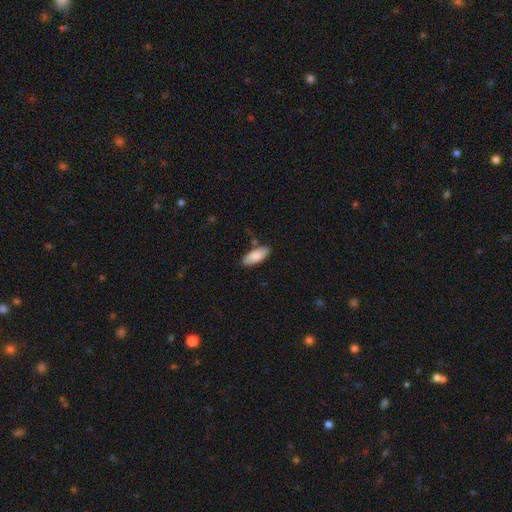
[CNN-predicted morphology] type=smooth (84%); roundness=in between (80%); merging=none (82%).